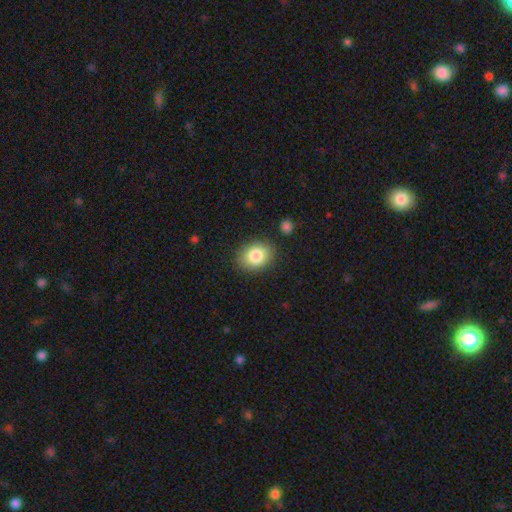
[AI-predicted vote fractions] Smooth or featured? Predicted: smooth (p=0.84). How rounded? Predicted: in between (p=0.62). Merging? Predicted: none (p=0.84).